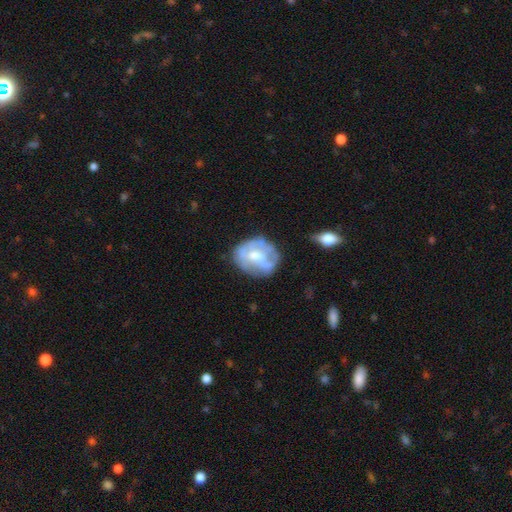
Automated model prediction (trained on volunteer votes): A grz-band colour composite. It shows a featured or disk galaxy (60%) with no bar (60%), no spiral arms (66%) and a moderate central bulge (57%). Merging: none (57%).